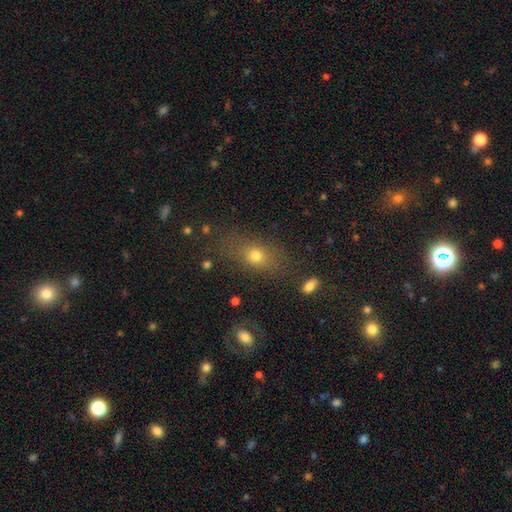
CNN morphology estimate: Smooth or featured?
  - smooth: 70% *
  - star or artifact: 16%
  - featured or disk: 14%
How rounded?
  - in between: 61% *
  - round: 30%
  - cigar-shaped: 9%
Merging?
  - none: 74% *
  - minor disturbance: 14%
  - major disturbance: 7%
  - merger: 4%